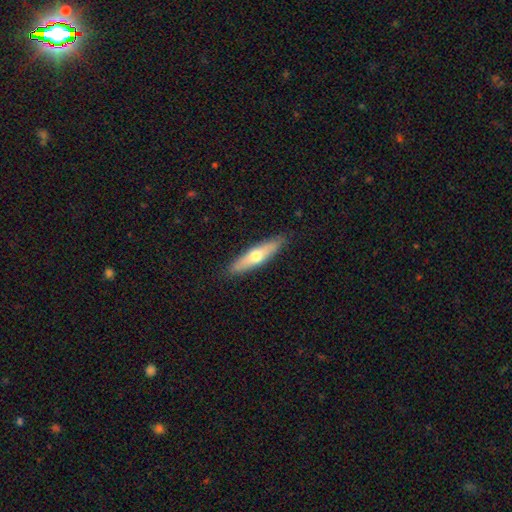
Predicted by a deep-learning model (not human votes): smooth 51%, featured or disk 43%, star or artifact 6%. Down the decision tree: how rounded — cigar-shaped (73%); merging — none (88%).